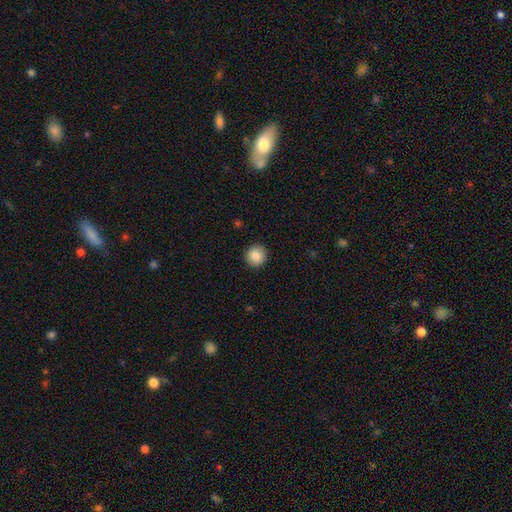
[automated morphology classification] Smooth or featured?
  - smooth: 86% *
  - star or artifact: 8%
  - featured or disk: 5%
How rounded?
  - round: 93% *
  - in between: 6%
  - cigar-shaped: 1%
Merging?
  - none: 92% *
  - minor disturbance: 5%
  - major disturbance: 2%
  - merger: 1%